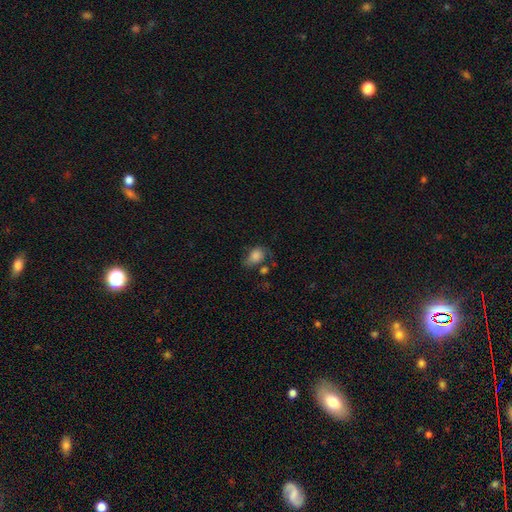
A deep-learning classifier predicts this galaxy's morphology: Smooth or featured? smooth (74%)
How rounded? in between (75%)
Merging? none (39%)